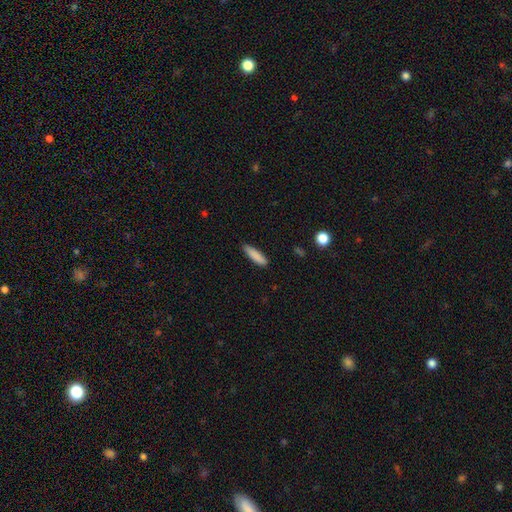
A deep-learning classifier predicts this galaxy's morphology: Q: Smooth or featured?
A: smooth (86%); runner-up: featured or disk (7%)
Q: How rounded?
A: cigar-shaped (72%); runner-up: in between (26%)
Q: Merging?
A: none (85%); runner-up: minor disturbance (12%)